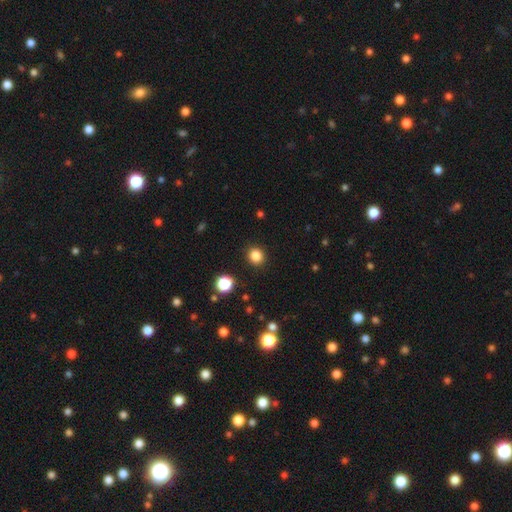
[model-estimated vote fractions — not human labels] Smooth or featured? Predicted: smooth (p=0.84). How rounded? Predicted: round (p=0.80). Merging? Predicted: none (p=0.91).